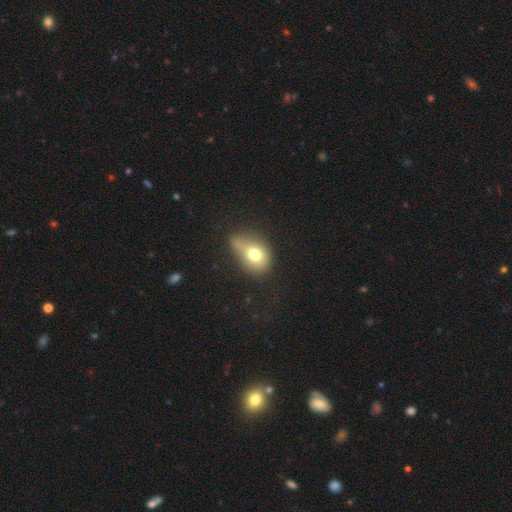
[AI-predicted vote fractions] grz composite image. It shows a smooth galaxy with no disk features (71%) that is in between round and cigar-shaped (68%). Merging: minor disturbance (38%).